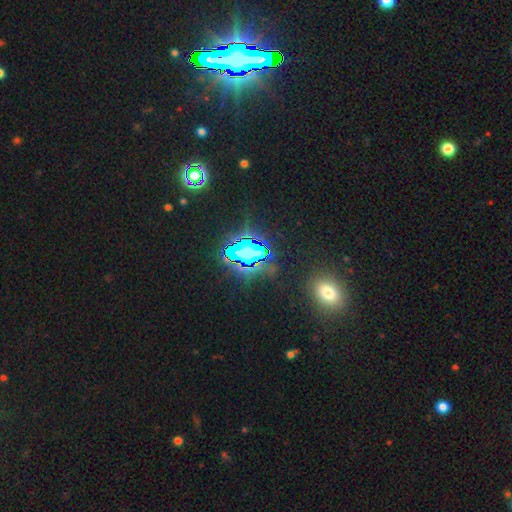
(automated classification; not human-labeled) Overall: star or artifact (75%).